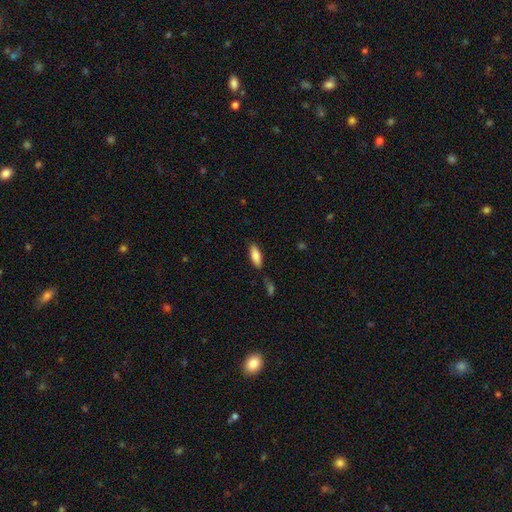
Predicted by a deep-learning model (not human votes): This appears to be a smooth galaxy with no disk features (83%) that is in between round and cigar-shaped (68%). Merging: none (78%).